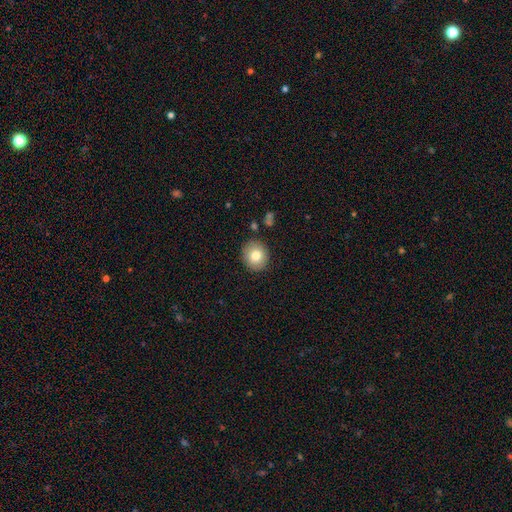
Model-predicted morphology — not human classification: This is clearly a smooth galaxy (81%). How rounded: clearly round (84%). Merging: clearly none (89%).